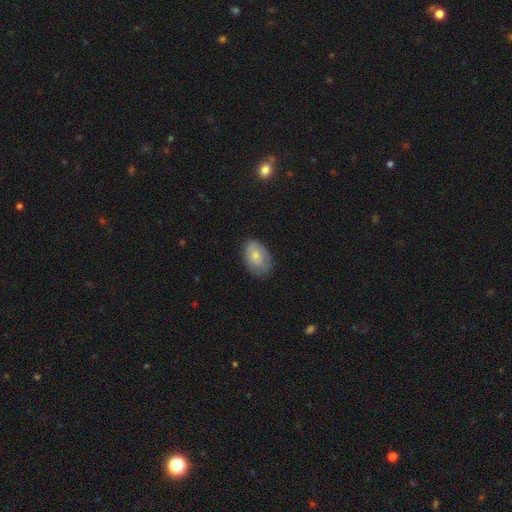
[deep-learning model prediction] Overall: smooth (73%). How rounded: in between (86%). Merging: none (74%).